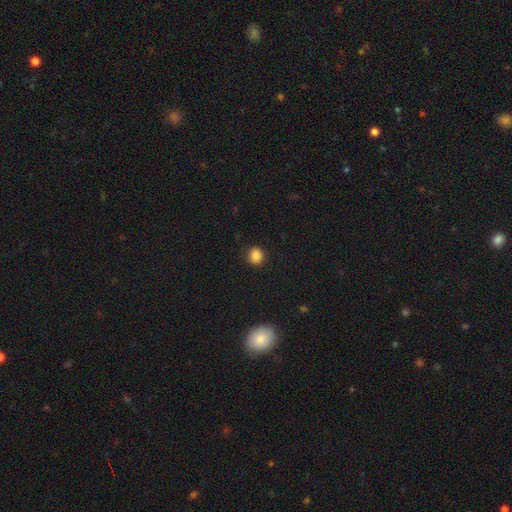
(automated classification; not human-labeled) Overall: smooth (85%). How rounded: round (83%). Merging: none (90%).